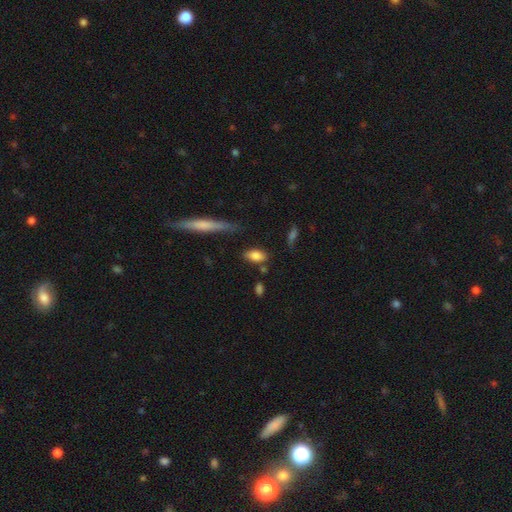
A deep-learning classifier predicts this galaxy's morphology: Overall: smooth (82%). How rounded: in between (86%). Merging: none (72%).